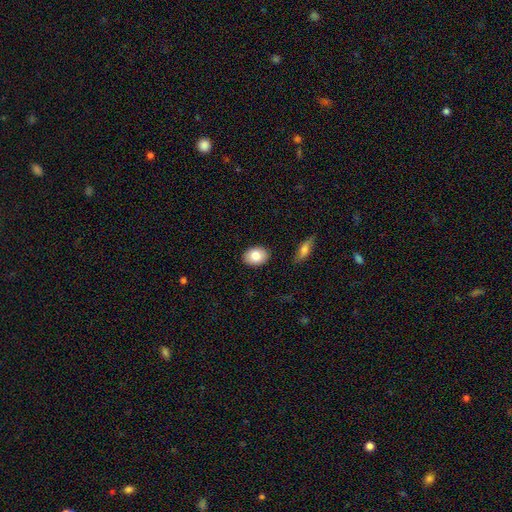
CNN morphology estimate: Smooth or featured? smooth (83%)
How rounded? in between (74%)
Merging? none (88%)